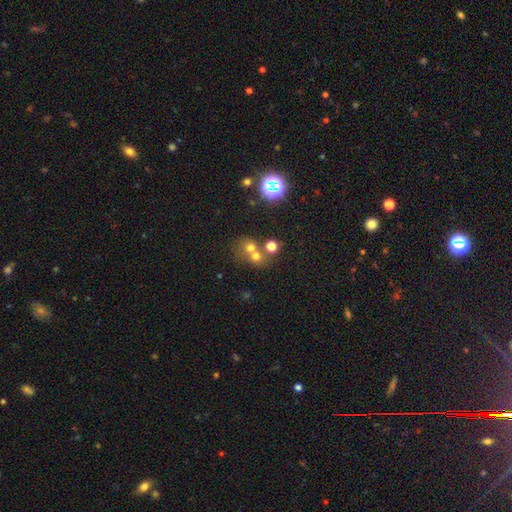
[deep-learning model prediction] This appears to be a smooth galaxy with no disk features (61%) that is round (80%). Merging: merger (51%).